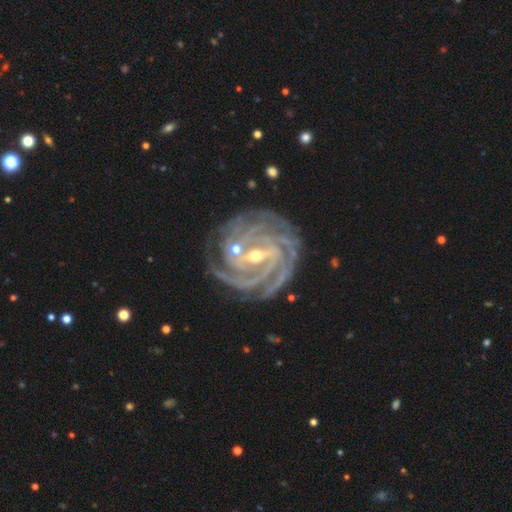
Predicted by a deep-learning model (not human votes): Overall: featured or disk (92%). Edge-on disk: no (97%). Bar: strong (56%; weak 33%). Spiral arms: yes (99%). Spiral arm count: 4 (39%; 3 24%). Spiral winding: tight (83%). Bulge size: small (52%; moderate 45%). Merging: none (76%).